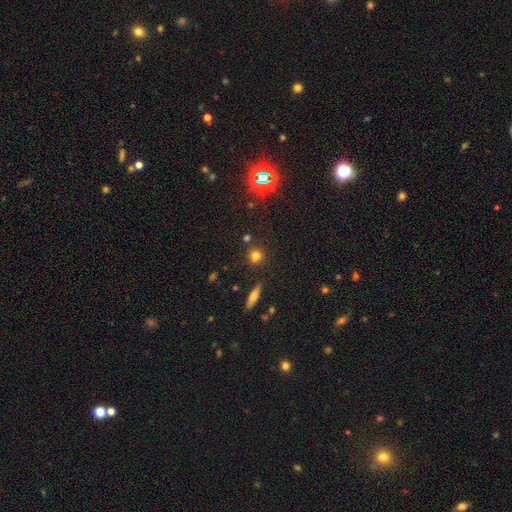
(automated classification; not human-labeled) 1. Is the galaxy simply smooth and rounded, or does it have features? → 72% smooth, 19% star or artifact, 9% featured or disk.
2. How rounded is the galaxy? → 86% round, 12% in between, 2% cigar-shaped.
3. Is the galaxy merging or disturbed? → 81% none, 9% minor disturbance, 7% merger, 3% major disturbance.